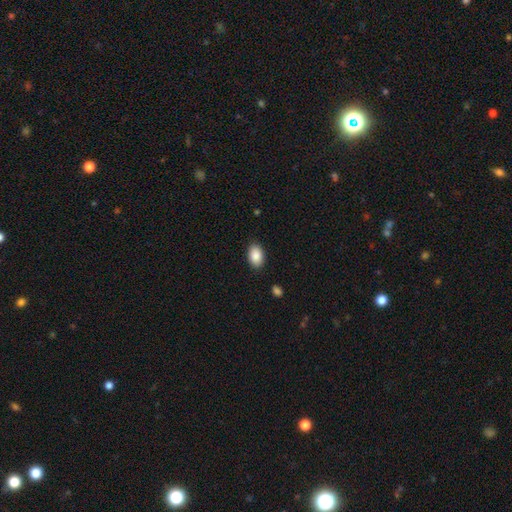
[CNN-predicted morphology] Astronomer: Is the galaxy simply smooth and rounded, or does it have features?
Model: smooth — 89%.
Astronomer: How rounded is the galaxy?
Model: in between — 90%.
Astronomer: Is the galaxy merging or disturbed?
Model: none — 87%.